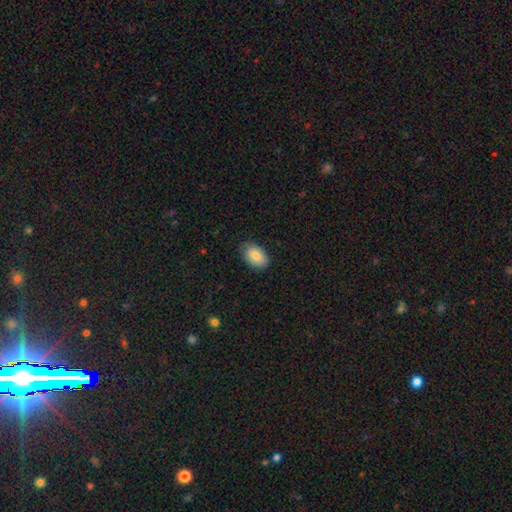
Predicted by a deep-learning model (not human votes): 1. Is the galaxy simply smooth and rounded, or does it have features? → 84% smooth, 9% featured or disk, 7% star or artifact.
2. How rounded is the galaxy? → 91% in between, 8% round, 1% cigar-shaped.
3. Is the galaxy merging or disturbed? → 85% none, 12% minor disturbance, 2% major disturbance, 1% merger.